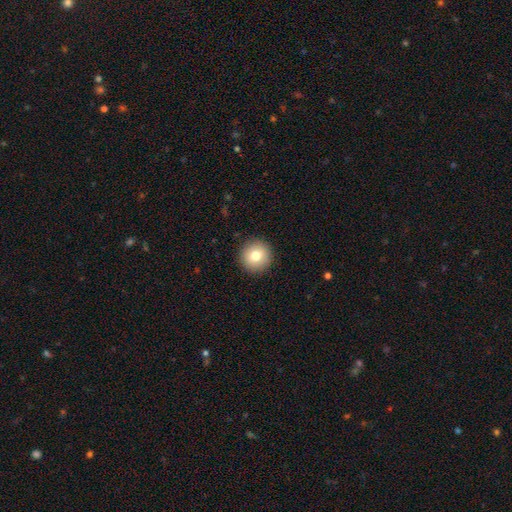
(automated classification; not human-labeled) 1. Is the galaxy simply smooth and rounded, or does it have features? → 79% smooth, 12% featured or disk, 9% star or artifact.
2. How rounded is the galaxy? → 95% round, 4% in between, 1% cigar-shaped.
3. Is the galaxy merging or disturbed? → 92% none, 5% minor disturbance, 2% major disturbance, 1% merger.